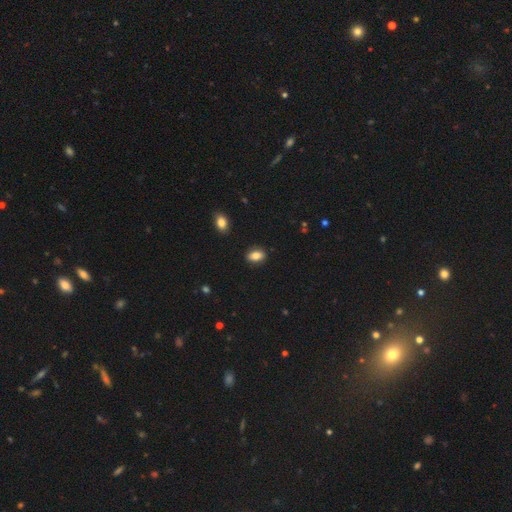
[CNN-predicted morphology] Smooth or featured?
  - smooth: 84% *
  - star or artifact: 8%
  - featured or disk: 8%
How rounded?
  - in between: 85% *
  - round: 13%
  - cigar-shaped: 3%
Merging?
  - none: 88% *
  - minor disturbance: 9%
  - major disturbance: 2%
  - merger: 1%